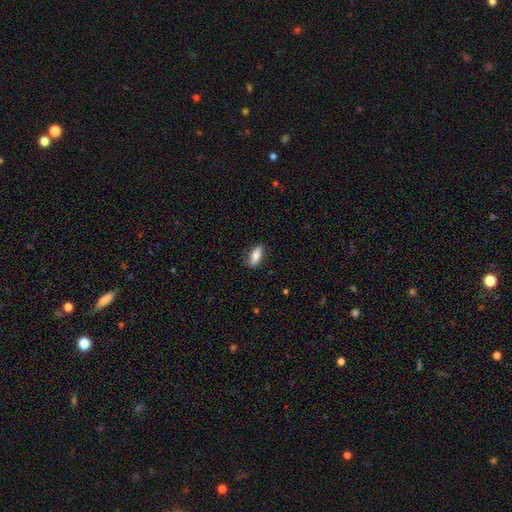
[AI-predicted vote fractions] Smooth or featured: smooth — 78% (featured or disk — 16%)
How rounded: in between — 76% (cigar-shaped — 21%)
Merging: none — 84% (minor disturbance — 13%)